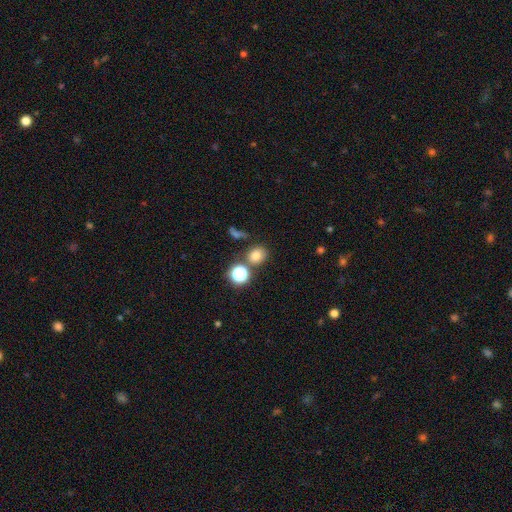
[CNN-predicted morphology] smooth_or_featured: smooth (p=0.74) [alt: star or artifact p=0.19]
how_rounded: round (p=0.75) [alt: in between p=0.24]
merging: none (p=0.74) [alt: merger p=0.13]